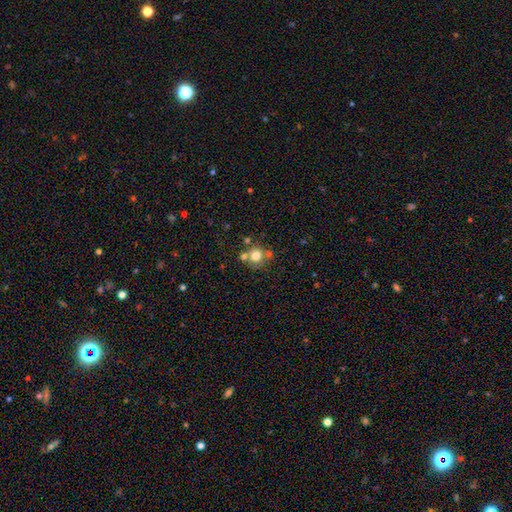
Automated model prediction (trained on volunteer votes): Morphology: type=smooth (75%); roundness=round (91%); merging=none (64%).